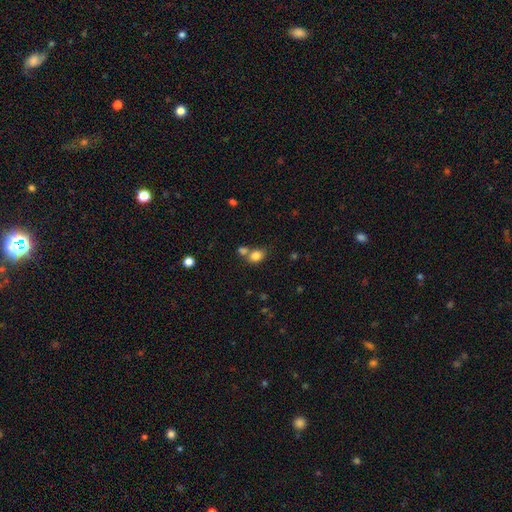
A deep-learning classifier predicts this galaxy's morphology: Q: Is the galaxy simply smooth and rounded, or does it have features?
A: smooth — 82%.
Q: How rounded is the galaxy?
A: in between — 62%.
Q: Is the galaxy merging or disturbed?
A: none — 53%.